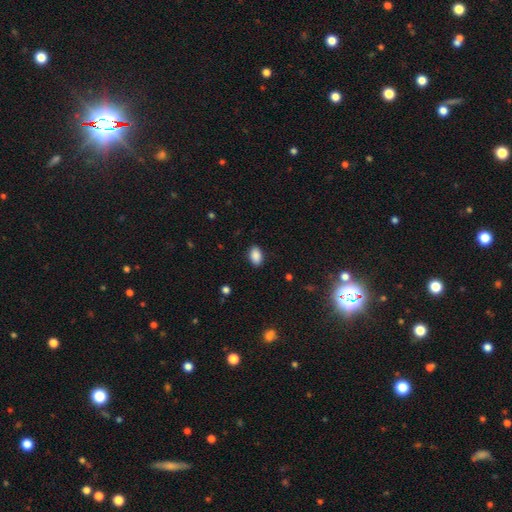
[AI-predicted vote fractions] Overall: smooth (89%). How rounded: in between (90%). Merging: none (87%).